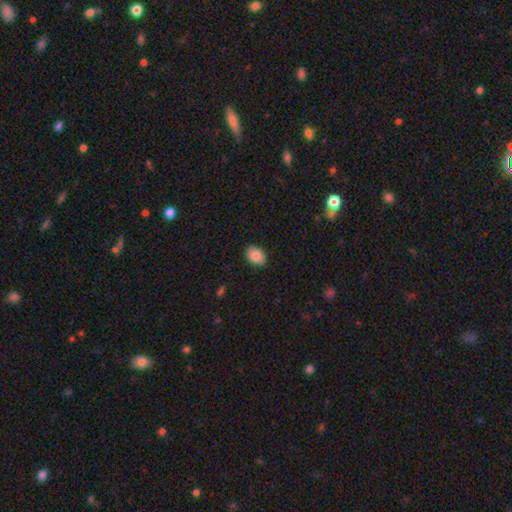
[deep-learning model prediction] Smooth or featured? smooth (87%)
How rounded? in between (78%)
Merging? none (88%)